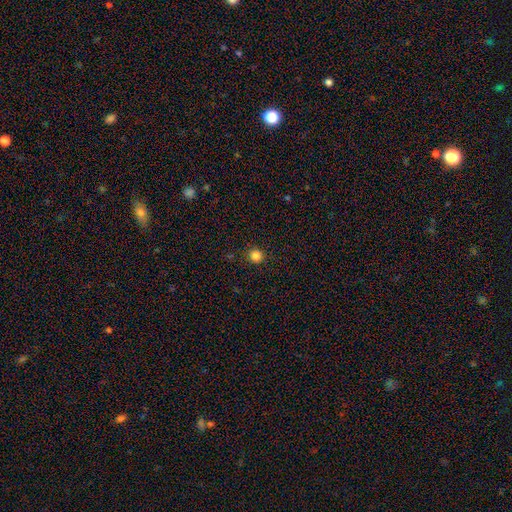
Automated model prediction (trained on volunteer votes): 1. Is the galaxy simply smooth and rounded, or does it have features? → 84% smooth, 13% star or artifact, 3% featured or disk.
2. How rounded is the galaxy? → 93% round, 6% in between, 1% cigar-shaped.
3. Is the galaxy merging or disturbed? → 91% none, 6% minor disturbance, 2% major disturbance, 1% merger.